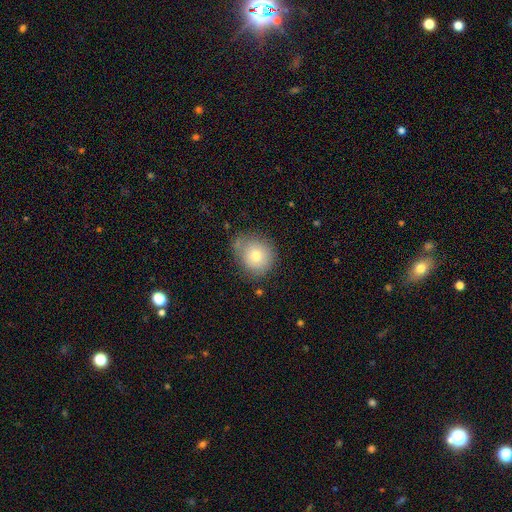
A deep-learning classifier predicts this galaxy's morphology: Smooth or featured: smooth — 75% (featured or disk — 15%)
How rounded: round — 79% (in between — 20%)
Merging: none — 64% (minor disturbance — 25%)